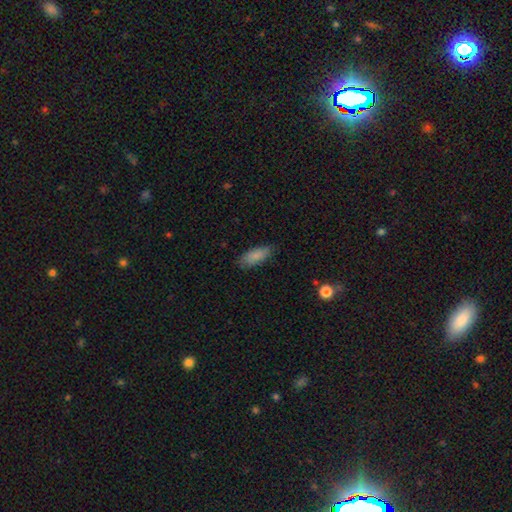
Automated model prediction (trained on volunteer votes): A smooth galaxy with no disk features (85%) that is in between round and cigar-shaped (79%).

Vote fractions:
- Smooth or featured? smooth: 85% / featured or disk: 8% / star or artifact: 7%
- How rounded? in between: 79% / cigar-shaped: 19% / round: 2%
- Merging? none: 76% / minor disturbance: 19% / major disturbance: 4% / merger: 1%